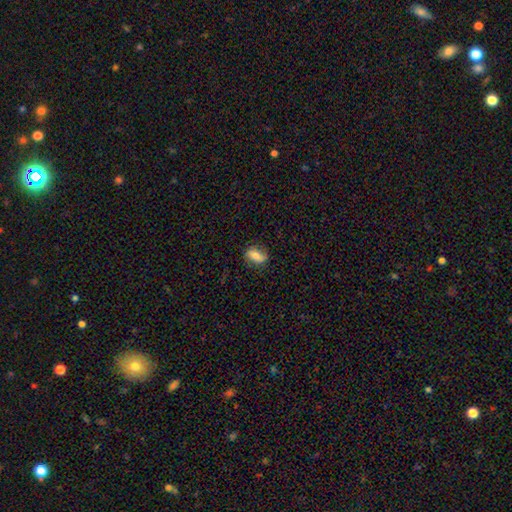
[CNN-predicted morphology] smooth 61%, featured or disk 31%, star or artifact 8%. Down the decision tree: how rounded — in between (80%); merging — none (78%).